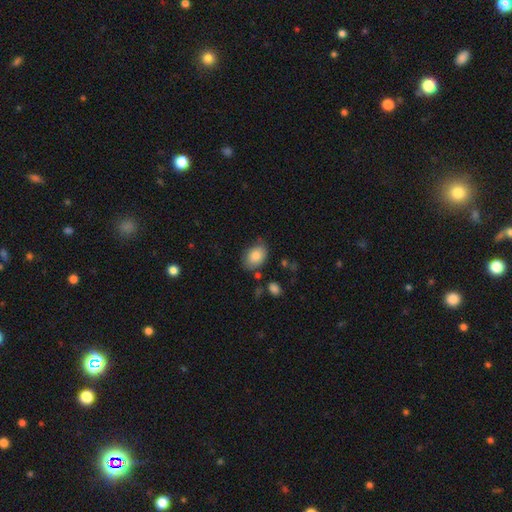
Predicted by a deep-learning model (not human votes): Smooth or featured?
  - smooth: 84% *
  - featured or disk: 9%
  - star or artifact: 7%
How rounded?
  - in between: 82% *
  - round: 17%
  - cigar-shaped: 1%
Merging?
  - none: 73% *
  - minor disturbance: 19%
  - major disturbance: 4%
  - merger: 4%